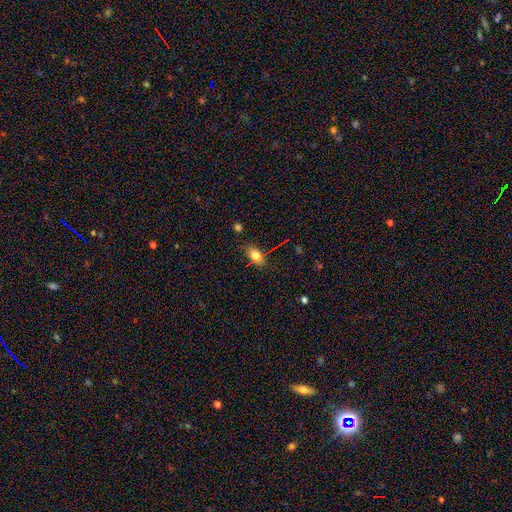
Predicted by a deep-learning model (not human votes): Q: Smooth or featured?
A: smooth (78%); runner-up: star or artifact (12%)
Q: How rounded?
A: in between (84%); runner-up: round (10%)
Q: Merging?
A: none (78%); runner-up: minor disturbance (15%)